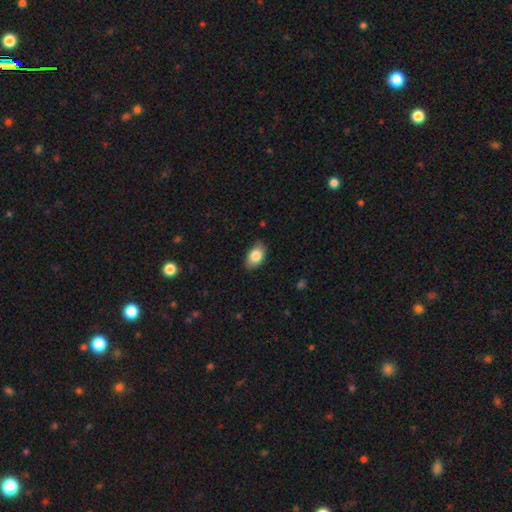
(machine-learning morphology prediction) Smooth or featured?
  - smooth: 84% *
  - featured or disk: 9%
  - star or artifact: 7%
How rounded?
  - in between: 91% *
  - round: 8%
  - cigar-shaped: 1%
Merging?
  - none: 84% *
  - minor disturbance: 13%
  - major disturbance: 2%
  - merger: 1%